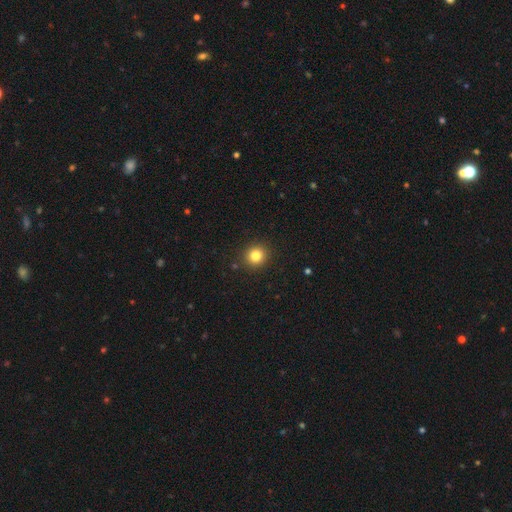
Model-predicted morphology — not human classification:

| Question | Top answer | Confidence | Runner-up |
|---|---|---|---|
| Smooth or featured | smooth | 82% | star or artifact (12%) |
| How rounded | round | 90% | in between (9%) |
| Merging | none | 91% | minor disturbance (6%) |